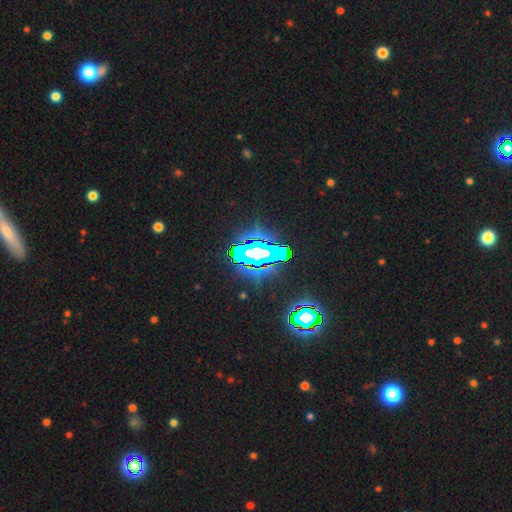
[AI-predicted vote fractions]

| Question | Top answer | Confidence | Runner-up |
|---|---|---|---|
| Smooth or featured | star or artifact | 69% | featured or disk (18%) |